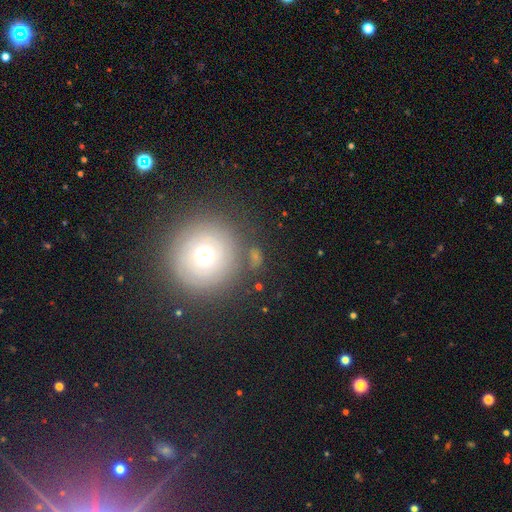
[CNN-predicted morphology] smooth_or_featured: smooth (p=0.49) [alt: featured or disk p=0.34]
merging: none (p=0.74) [alt: minor disturbance p=0.12]